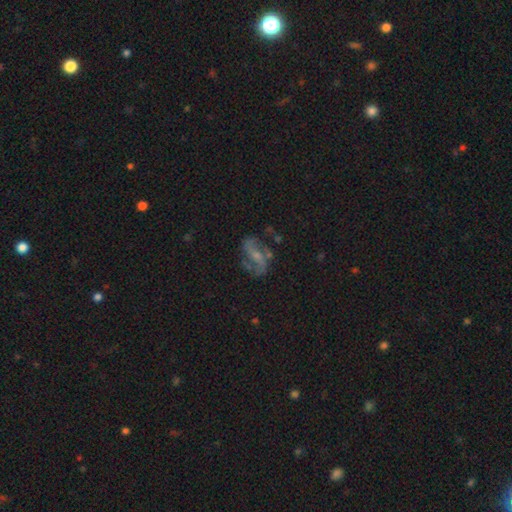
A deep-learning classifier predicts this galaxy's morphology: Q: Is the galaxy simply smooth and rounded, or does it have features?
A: featured or disk — 75%.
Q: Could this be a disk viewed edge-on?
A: no — 96%.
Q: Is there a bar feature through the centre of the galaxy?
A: weak — 41%.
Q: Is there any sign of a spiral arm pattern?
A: yes — 86%.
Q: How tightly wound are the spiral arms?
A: loose — 49%.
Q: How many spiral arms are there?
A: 2 — 84%.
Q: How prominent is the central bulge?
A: small — 52%.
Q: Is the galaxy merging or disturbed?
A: none — 61%.